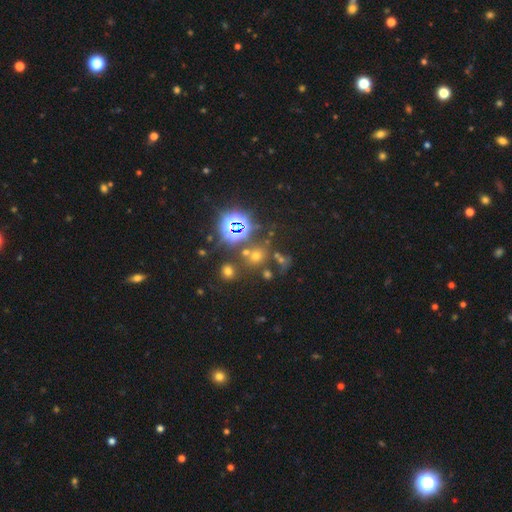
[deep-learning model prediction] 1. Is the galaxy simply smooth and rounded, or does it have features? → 45% smooth (tied), 45% star or artifact (tied), 10% featured or disk.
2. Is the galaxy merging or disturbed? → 66% none, 17% merger, 10% minor disturbance, 6% major disturbance.